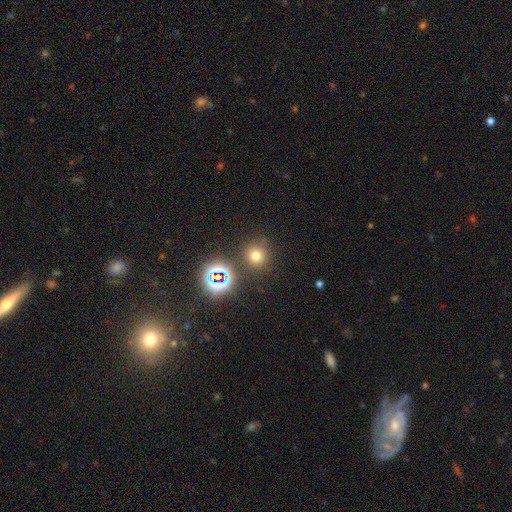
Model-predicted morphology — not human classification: A smooth galaxy with no disk features (67%) that is round (91%). Merging: none (82%).